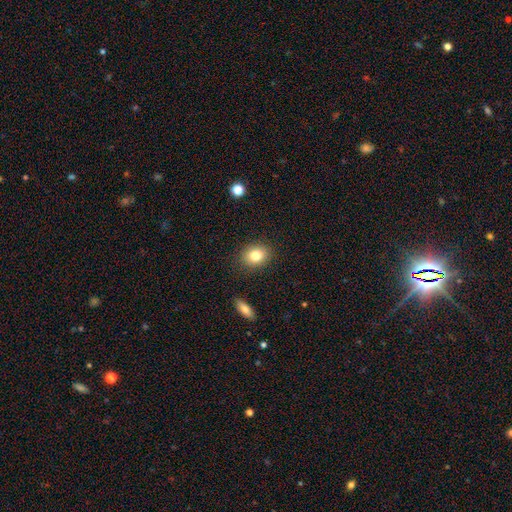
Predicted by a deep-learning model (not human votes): This appears to be a smooth galaxy with no disk features (81%) that is round (49%, tied with in between). Merging: none (87%).